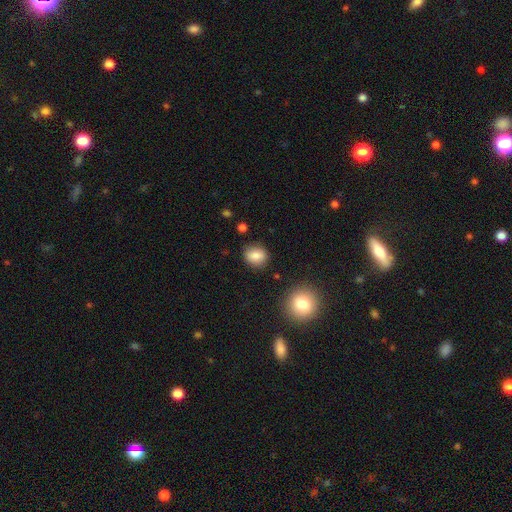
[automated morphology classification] smooth 83%, star or artifact 9%, featured or disk 7%. Down the decision tree: how rounded — round (64%); merging — none (85%).